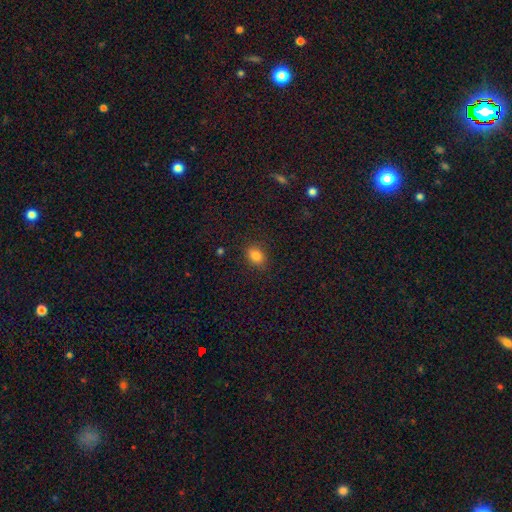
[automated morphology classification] smooth_or_featured: smooth (p=0.83) [alt: star or artifact p=0.11]
how_rounded: in between (p=0.71) [alt: round p=0.27]
merging: none (p=0.85) [alt: minor disturbance p=0.11]